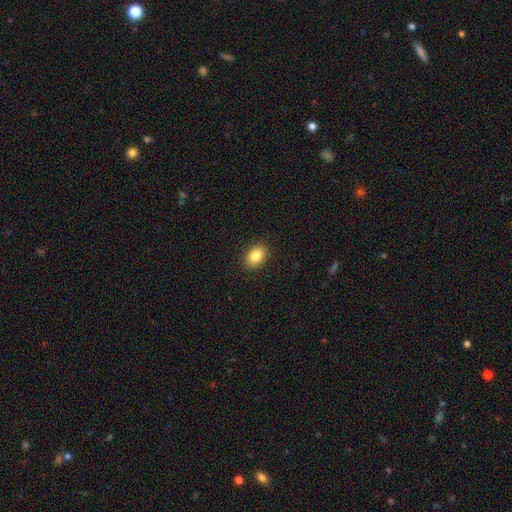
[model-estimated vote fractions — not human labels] This appears to be a smooth galaxy with no disk features (85%) that is in between round and cigar-shaped (72%). Merging: none (90%).